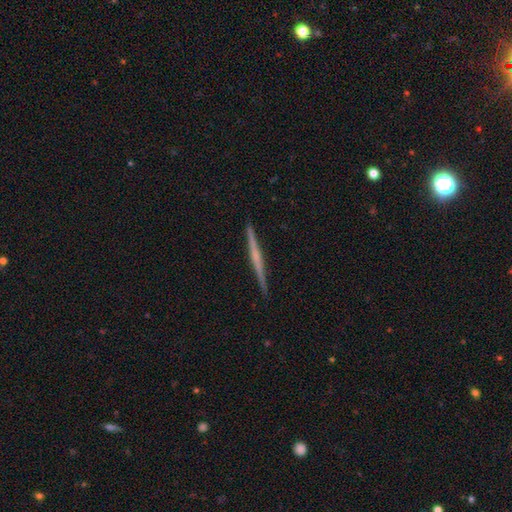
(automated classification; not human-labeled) Smooth or featured? featured or disk (69%)
Edge-on disk? yes (98%)
Edge-on bulge? none (57%)
Merging? none (92%)